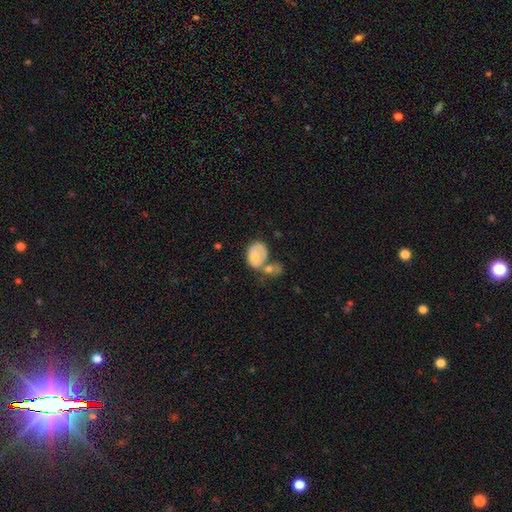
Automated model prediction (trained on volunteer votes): Morphology: type=smooth (61%); roundness=in between (77%); merging=merger (44%).